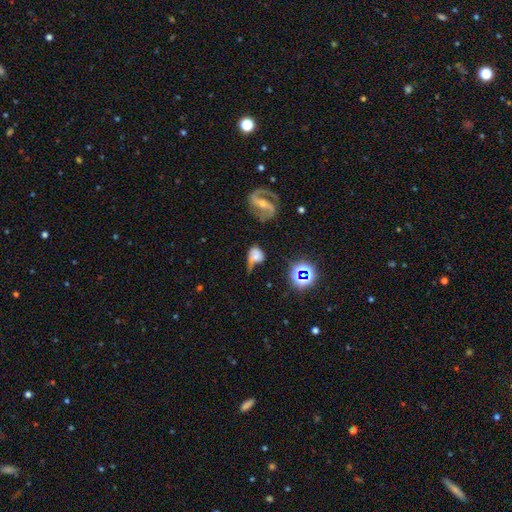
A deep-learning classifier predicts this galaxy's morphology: Q: Smooth or featured?
A: featured or disk (43%); runner-up: smooth (41%)
Q: Merging?
A: major disturbance (29%); tied with: none (29%)